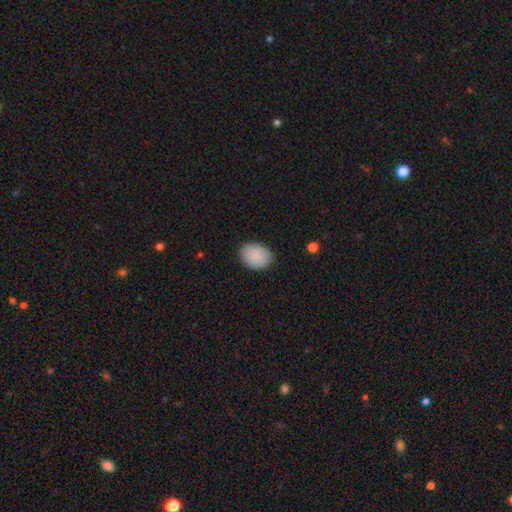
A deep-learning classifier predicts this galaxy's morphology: Smooth or featured: smooth — 89% (star or artifact — 7%)
How rounded: in between — 66% (round — 33%)
Merging: none — 85% (minor disturbance — 11%)